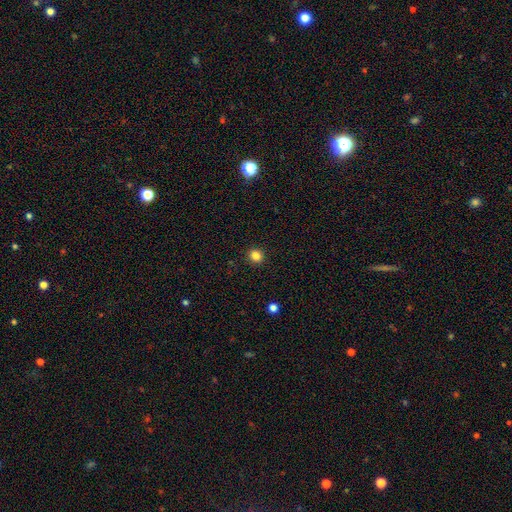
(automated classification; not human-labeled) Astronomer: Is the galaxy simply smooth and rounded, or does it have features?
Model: smooth — 84%.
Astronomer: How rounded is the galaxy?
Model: round — 90%.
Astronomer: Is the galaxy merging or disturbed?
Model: none — 92%.